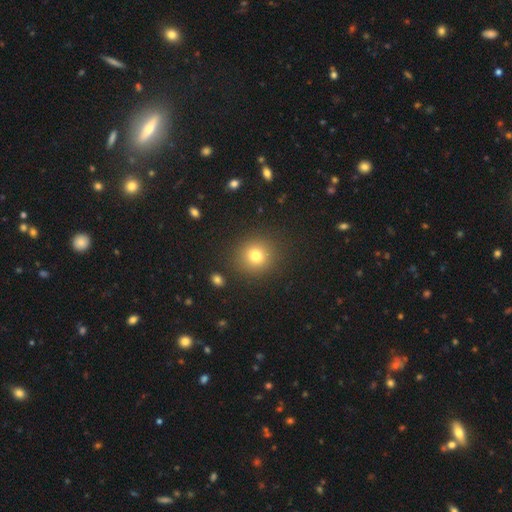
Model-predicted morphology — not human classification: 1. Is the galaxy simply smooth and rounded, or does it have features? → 78% smooth, 14% star or artifact, 9% featured or disk.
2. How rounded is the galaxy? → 87% round, 12% in between, 1% cigar-shaped.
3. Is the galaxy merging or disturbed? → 88% none, 7% minor disturbance, 3% major disturbance, 2% merger.